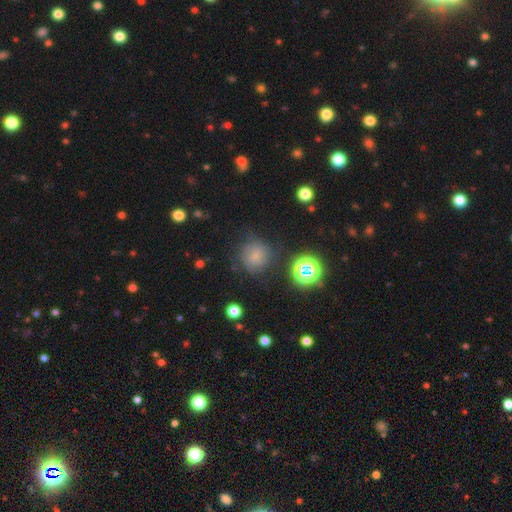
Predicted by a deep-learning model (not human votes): A smooth galaxy with no disk features (58%) that is round (87%).

Vote fractions:
- Smooth or featured? smooth: 58% / featured or disk: 21% / star or artifact: 21%
- How rounded? round: 87% / in between: 12% / cigar-shaped: 1%
- Merging? none: 70% / minor disturbance: 19% / major disturbance: 9% / merger: 3%